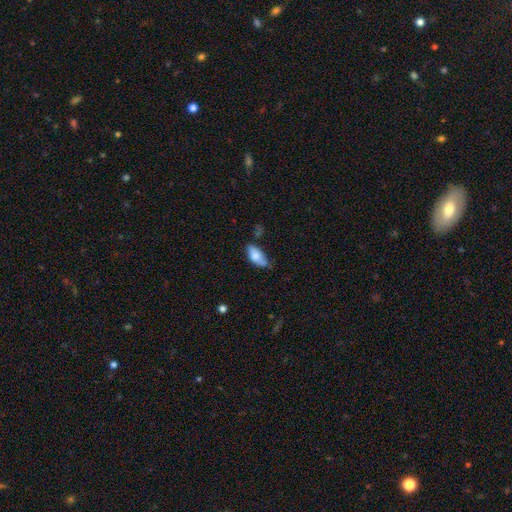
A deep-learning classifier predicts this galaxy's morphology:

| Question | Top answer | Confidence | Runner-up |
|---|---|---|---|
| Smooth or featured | smooth | 74% | featured or disk (19%) |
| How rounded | in between | 87% | cigar-shaped (10%) |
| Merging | none | 47% | minor disturbance (38%) |